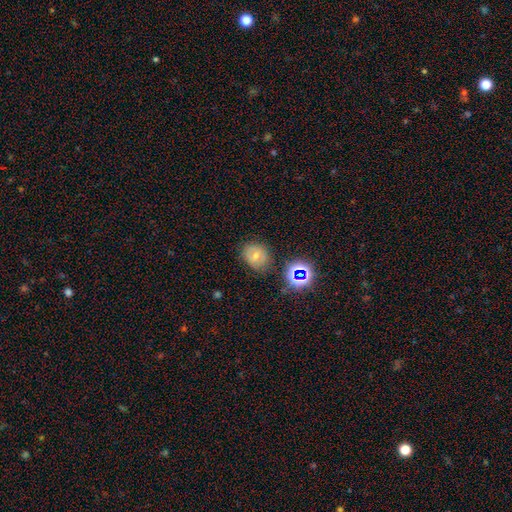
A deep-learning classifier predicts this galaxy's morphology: Smooth or featured: smooth — 61% (featured or disk — 20%)
How rounded: round — 63% (in between — 36%)
Merging: none — 76% (minor disturbance — 16%)